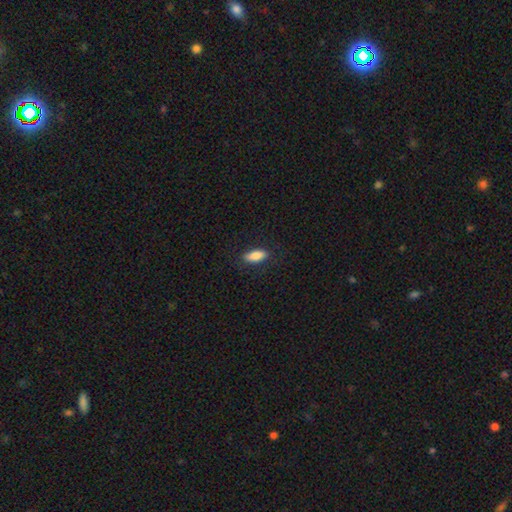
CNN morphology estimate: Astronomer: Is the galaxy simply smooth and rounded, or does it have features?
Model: smooth — 85%.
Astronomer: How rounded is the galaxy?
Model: in between — 77%.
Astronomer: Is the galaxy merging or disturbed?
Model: none — 82%.